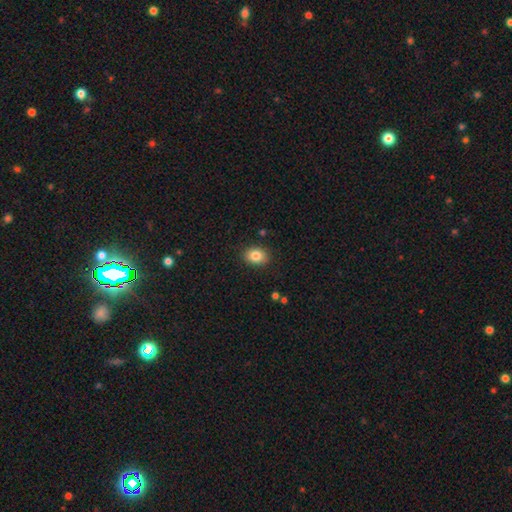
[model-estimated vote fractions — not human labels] Q: Smooth or featured?
A: smooth (84%); runner-up: star or artifact (9%)
Q: How rounded?
A: in between (65%); runner-up: round (34%)
Q: Merging?
A: none (87%); runner-up: minor disturbance (9%)